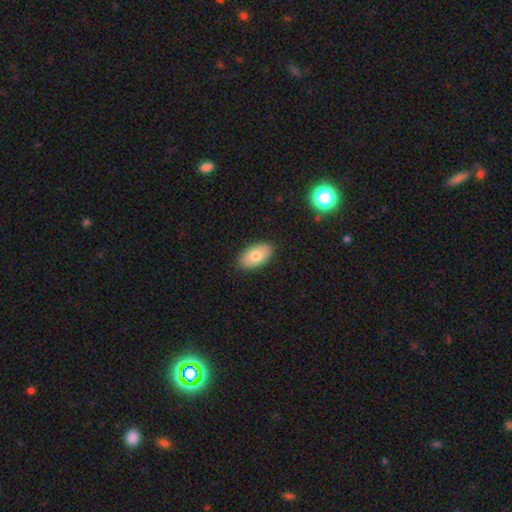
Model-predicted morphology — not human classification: smooth 75%, featured or disk 18%, star or artifact 7%. Down the decision tree: how rounded — in between (93%); merging — none (88%).